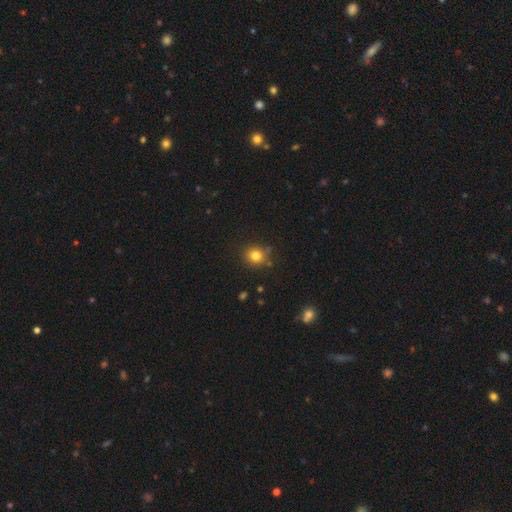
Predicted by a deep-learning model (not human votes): A smooth galaxy with no disk features (81%) that is round (85%).

Vote fractions:
- Smooth or featured? smooth: 81% / star or artifact: 13% / featured or disk: 7%
- How rounded? round: 85% / in between: 14% / cigar-shaped: 1%
- Merging? none: 82% / minor disturbance: 10% / merger: 4% / major disturbance: 3%